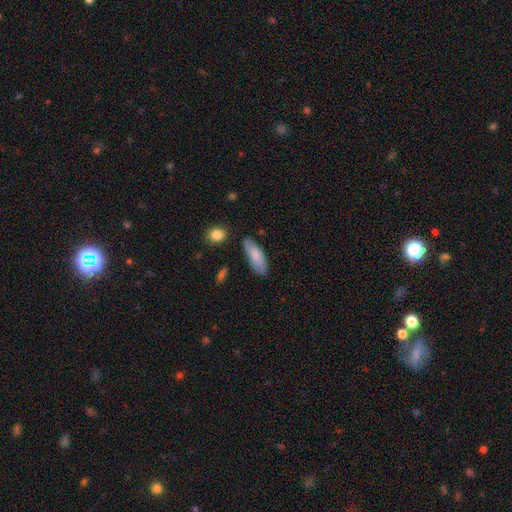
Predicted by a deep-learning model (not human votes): Smooth or featured? smooth (83%)
How rounded? in between (64%)
Merging? none (80%)